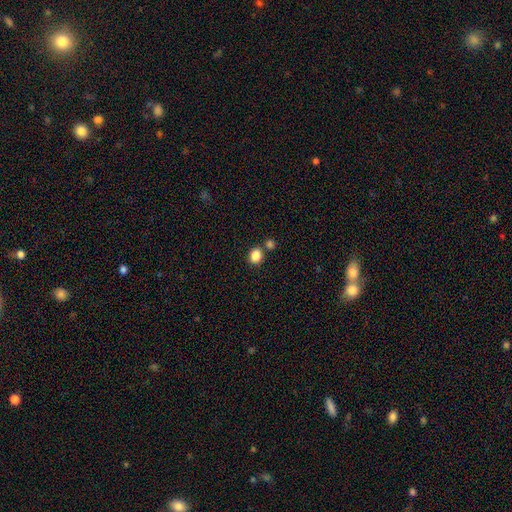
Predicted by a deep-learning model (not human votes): smooth_or_featured: smooth (p=0.86) [alt: star or artifact p=0.10]
how_rounded: round (p=0.61) [alt: in between p=0.38]
merging: none (p=0.71) [alt: merger p=0.17]